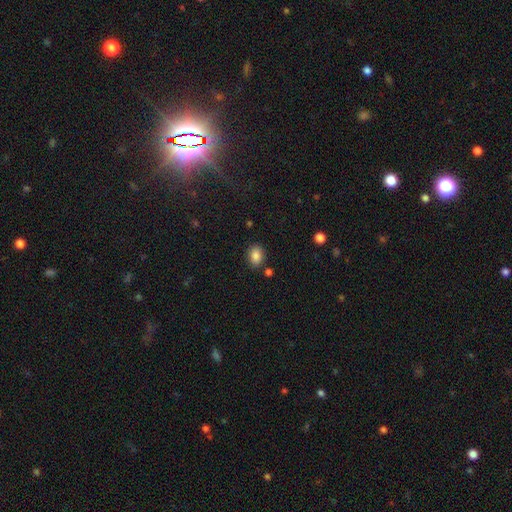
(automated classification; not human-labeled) smooth 85%, star or artifact 9%, featured or disk 5%. Down the decision tree: how rounded — in between (67%); merging — none (83%).